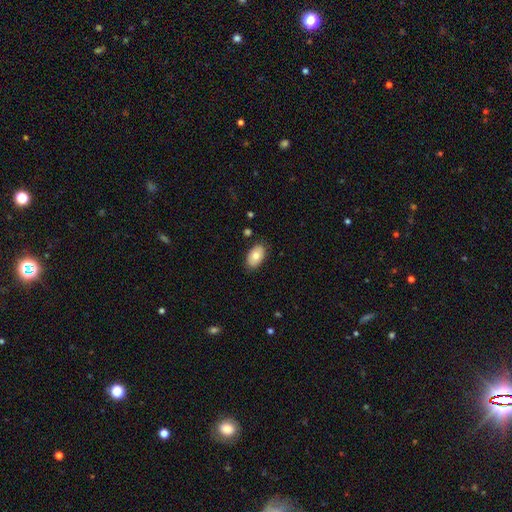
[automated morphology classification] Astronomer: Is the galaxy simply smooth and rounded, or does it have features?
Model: smooth — 77%.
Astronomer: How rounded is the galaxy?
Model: in between — 94%.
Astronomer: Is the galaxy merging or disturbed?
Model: none — 85%.